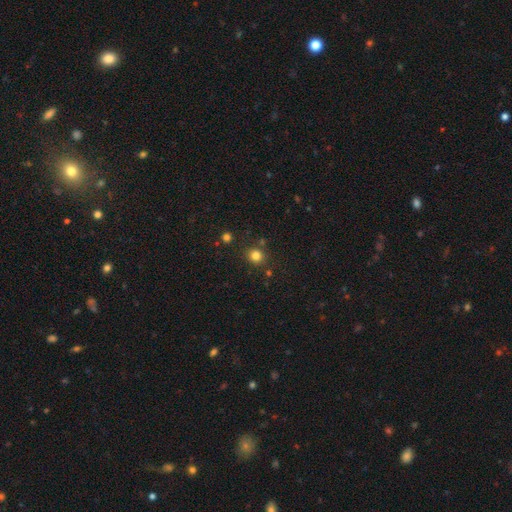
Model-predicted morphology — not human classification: Smooth or featured: smooth — 80% (star or artifact — 15%)
How rounded: round — 86% (in between — 13%)
Merging: none — 83% (minor disturbance — 9%)